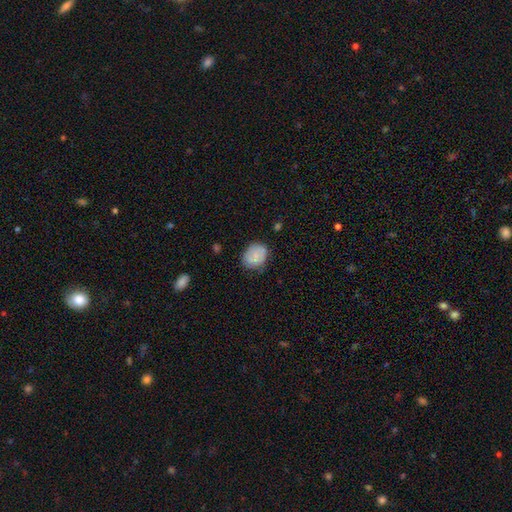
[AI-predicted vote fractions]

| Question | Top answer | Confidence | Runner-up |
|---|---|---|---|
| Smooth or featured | smooth | 73% | featured or disk (19%) |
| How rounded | round | 54% | in between (45%) |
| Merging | none | 71% | minor disturbance (22%) |